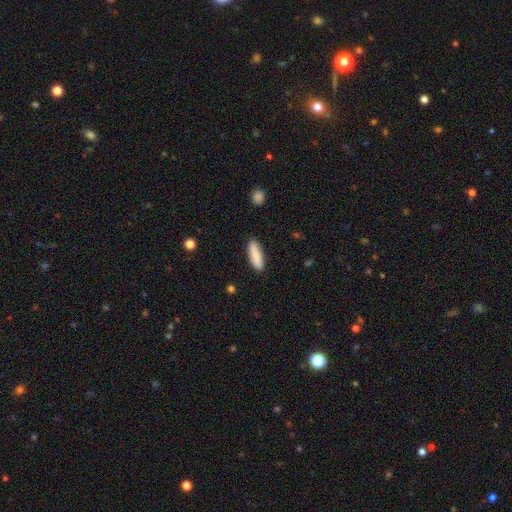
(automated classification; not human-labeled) A smooth galaxy with no disk features (87%) that is cigar-shaped (50%). Merging: none (88%).